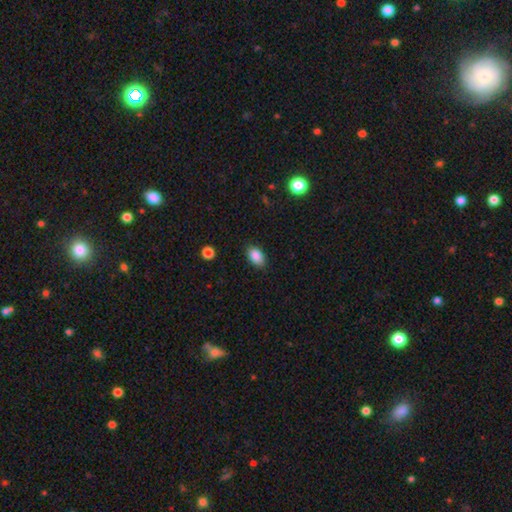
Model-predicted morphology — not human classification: A smooth galaxy with no disk features (88%) that is in between round and cigar-shaped (88%). Merging: none (86%).